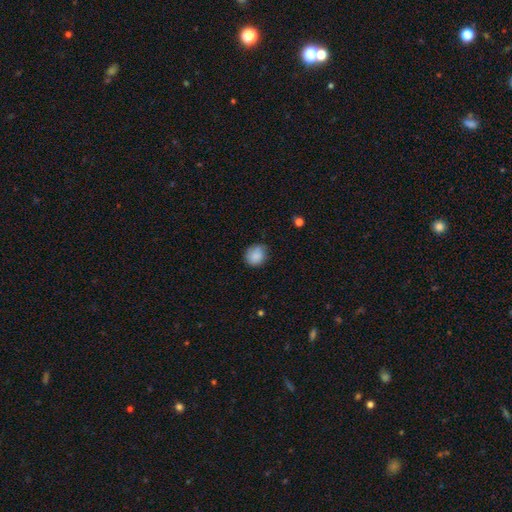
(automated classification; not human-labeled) This is clearly a smooth galaxy (87%). How rounded: likely round (77%). Merging: likely none (75%).